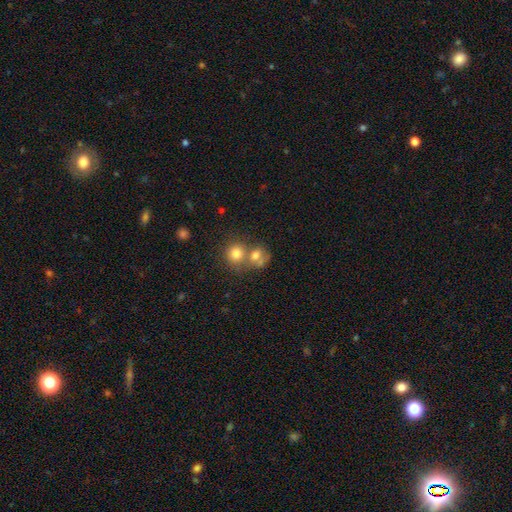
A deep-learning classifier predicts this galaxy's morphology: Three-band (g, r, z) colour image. It shows a smooth galaxy with no disk features (73%) that is round (69%). Merging: merger (54%).